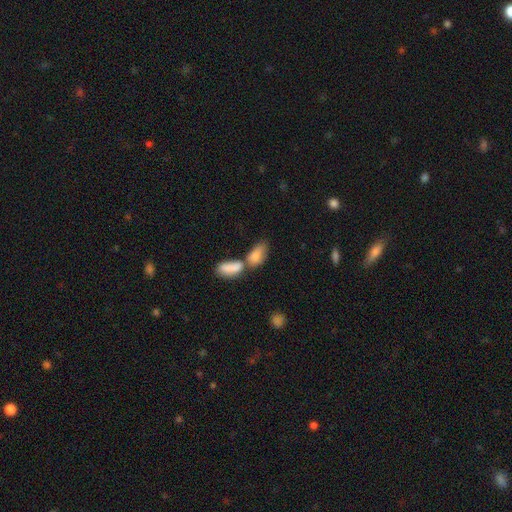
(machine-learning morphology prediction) This appears to be a smooth galaxy with no disk features (81%) that is in between round and cigar-shaped (86%). Merging: merger (58%).